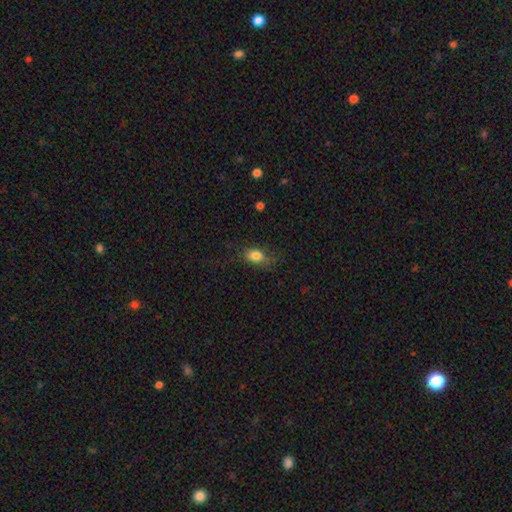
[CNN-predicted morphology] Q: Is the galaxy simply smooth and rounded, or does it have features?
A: smooth — 82%.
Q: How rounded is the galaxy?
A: in between — 77%.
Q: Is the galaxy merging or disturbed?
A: none — 66%.